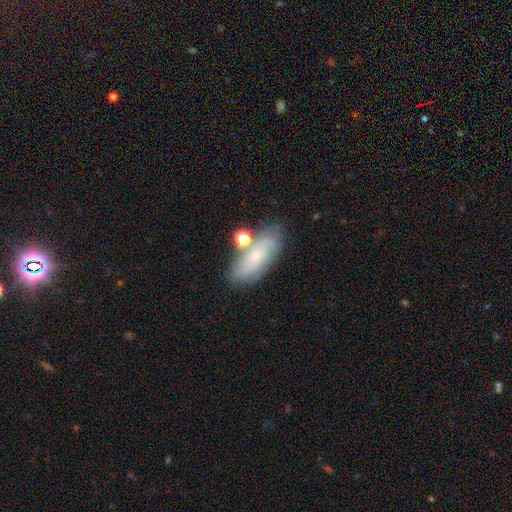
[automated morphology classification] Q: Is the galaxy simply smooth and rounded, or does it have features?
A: featured or disk — 52%.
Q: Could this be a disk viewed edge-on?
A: no — 88%.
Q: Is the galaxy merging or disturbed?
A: none — 61%.